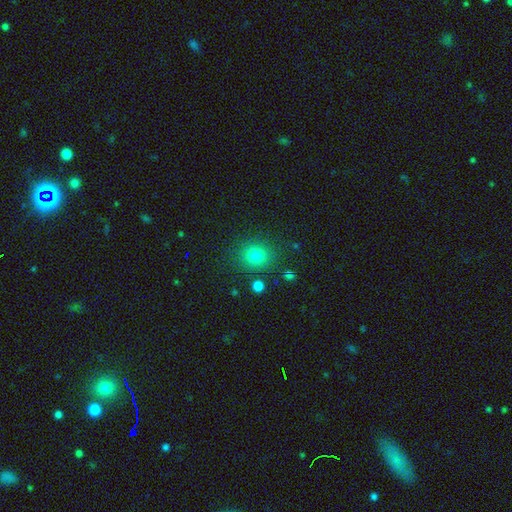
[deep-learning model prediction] smooth-or-featured: smooth: 80% | star or artifact: 14% | featured or disk: 6%
  how-rounded: round: 82% | in between: 17% | cigar-shaped: 1%
  merging: none: 84% | minor disturbance: 9% | merger: 4% | major disturbance: 4%